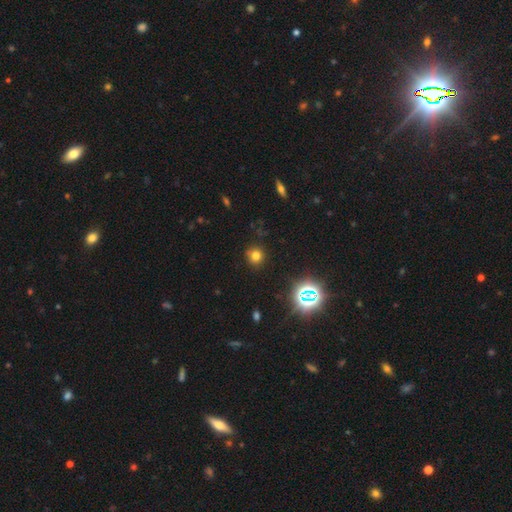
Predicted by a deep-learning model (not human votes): Smooth or featured?
  - smooth: 72% *
  - star or artifact: 21%
  - featured or disk: 7%
How rounded?
  - round: 89% *
  - in between: 10%
  - cigar-shaped: 1%
Merging?
  - none: 86% *
  - minor disturbance: 9%
  - major disturbance: 3%
  - merger: 2%